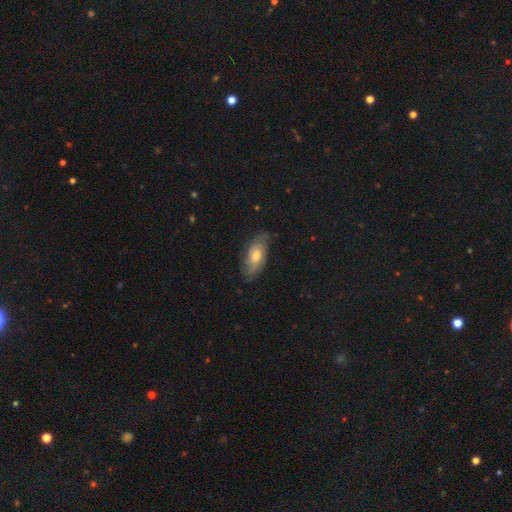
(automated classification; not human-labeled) Overall: featured or disk (60%; smooth 33%). Edge-on disk: no (88%). Bar: no (75%). Spiral arms: yes (84%). Bulge size: moderate (66%). Merging: none (76%).